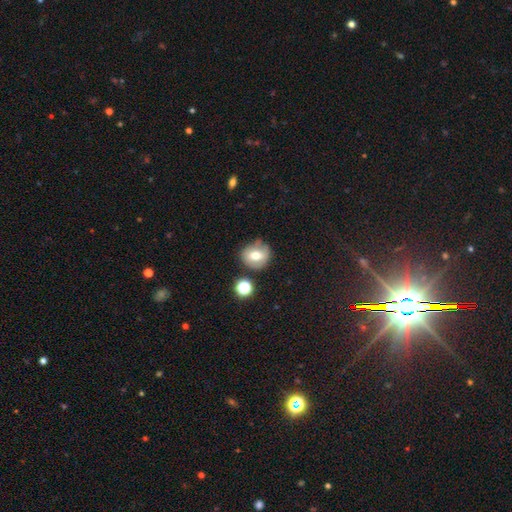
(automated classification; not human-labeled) Q: Smooth or featured?
A: smooth (63%); runner-up: featured or disk (25%)
Q: How rounded?
A: round (82%); runner-up: in between (17%)
Q: Merging?
A: none (68%); runner-up: minor disturbance (19%)